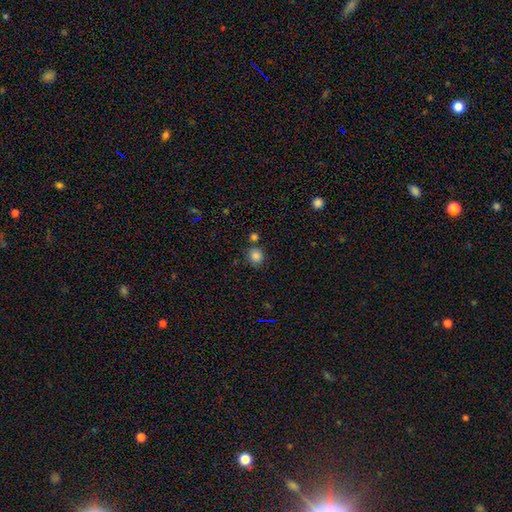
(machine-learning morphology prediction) smooth-or-featured: smooth: 84% | star or artifact: 12% | featured or disk: 4%
  how-rounded: round: 84% | in between: 15% | cigar-shaped: 1%
  merging: none: 76% | merger: 12% | minor disturbance: 10% | major disturbance: 3%